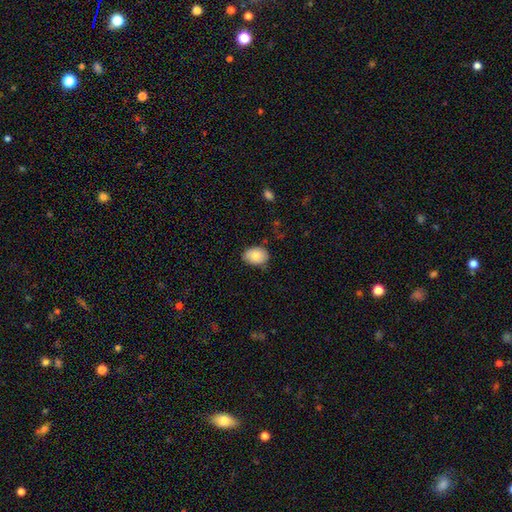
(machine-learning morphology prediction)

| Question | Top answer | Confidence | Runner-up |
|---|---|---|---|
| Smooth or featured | smooth | 82% | featured or disk (10%) |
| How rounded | in between | 76% | round (23%) |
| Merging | none | 76% | minor disturbance (20%) |